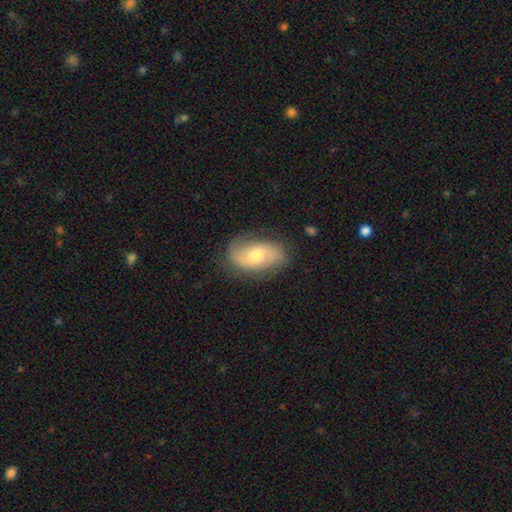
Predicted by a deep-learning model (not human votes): Smooth or featured? featured or disk (62%)
Edge-on disk? no (95%)
Bar? no (65%)
Spiral arms? yes (88%)
Spiral winding? medium (42%)
Spiral arm count? 2 (79%)
Bulge size? moderate (62%)
Merging? none (76%)